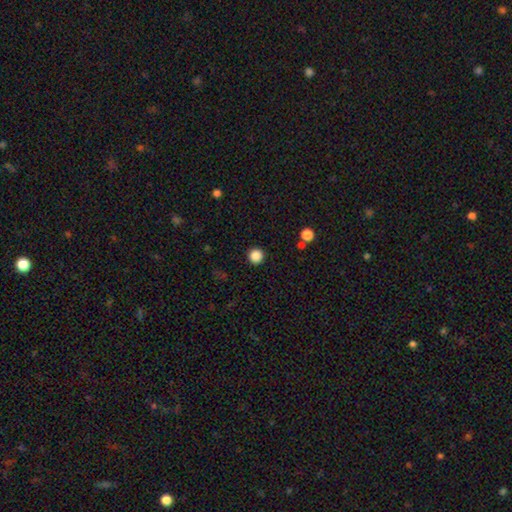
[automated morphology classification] This is clearly a smooth galaxy (87%). How rounded: clearly round (96%). Merging: clearly none (93%).